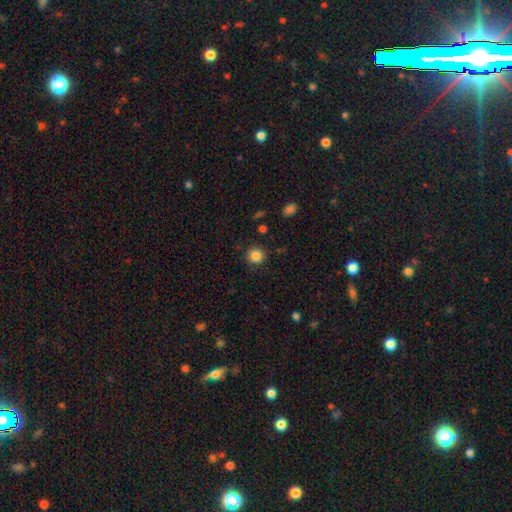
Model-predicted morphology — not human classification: smooth-or-featured: smooth: 85% | star or artifact: 10% | featured or disk: 4%
  how-rounded: round: 92% | in between: 7% | cigar-shaped: 1%
  merging: none: 88% | minor disturbance: 8% | major disturbance: 2% | merger: 2%